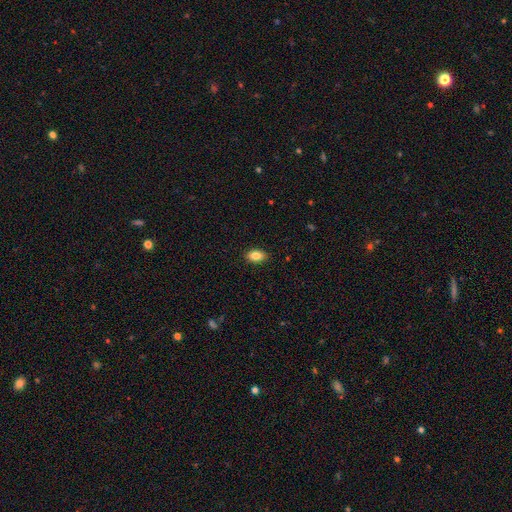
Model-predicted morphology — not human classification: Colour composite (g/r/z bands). It shows a smooth galaxy with no disk features (85%) that is in between round and cigar-shaped (88%). Merging: none (89%).